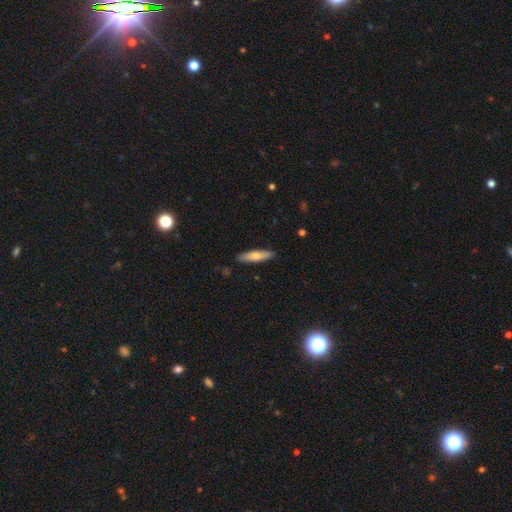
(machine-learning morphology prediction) Smooth or featured? smooth (67%)
How rounded? cigar-shaped (76%)
Merging? none (89%)